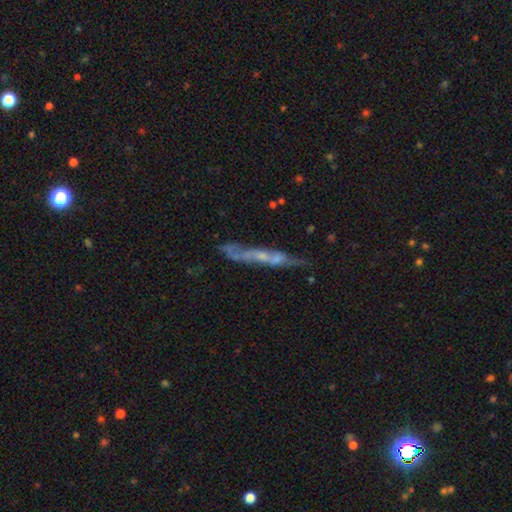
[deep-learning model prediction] smooth_or_featured: featured or disk (p=0.60) [alt: smooth p=0.28]
disk_edge_on: yes (p=0.65) [alt: no p=0.35]
merging: none (p=0.54) [alt: minor disturbance p=0.20]